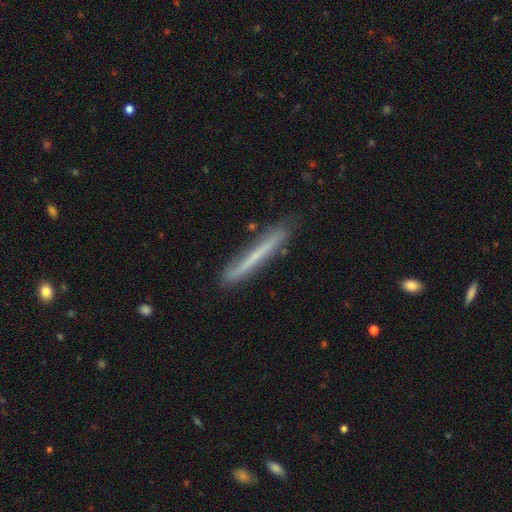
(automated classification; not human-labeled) A smooth galaxy with no disk features (48%).

Vote fractions:
- Smooth or featured? smooth: 48% / featured or disk: 45% / star or artifact: 7%
- Merging? none: 81% / minor disturbance: 15% / major disturbance: 3% / merger: 2%